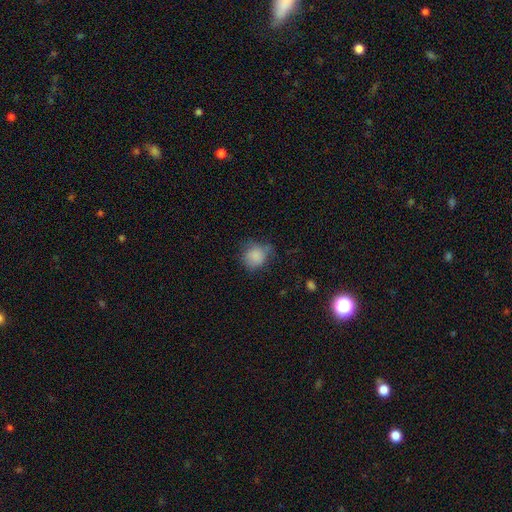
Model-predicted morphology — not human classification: smooth-or-featured: smooth: 83% | star or artifact: 9% | featured or disk: 8%
  how-rounded: round: 75% | in between: 24% | cigar-shaped: 1%
  merging: none: 54% | minor disturbance: 32% | major disturbance: 12% | merger: 2%